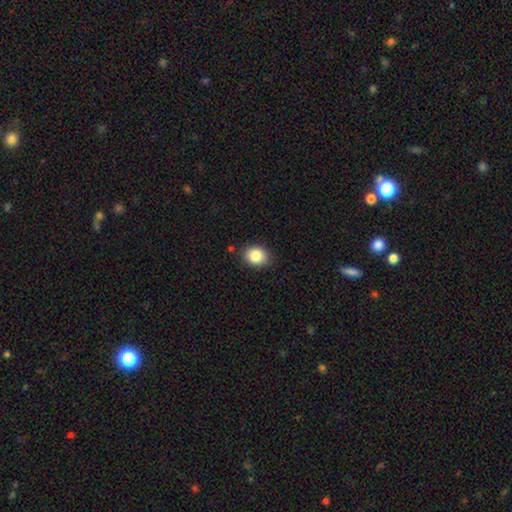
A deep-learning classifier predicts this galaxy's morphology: Smooth or featured? Predicted: smooth (p=0.86). How rounded? Predicted: round (p=0.57). Merging? Predicted: none (p=0.87).